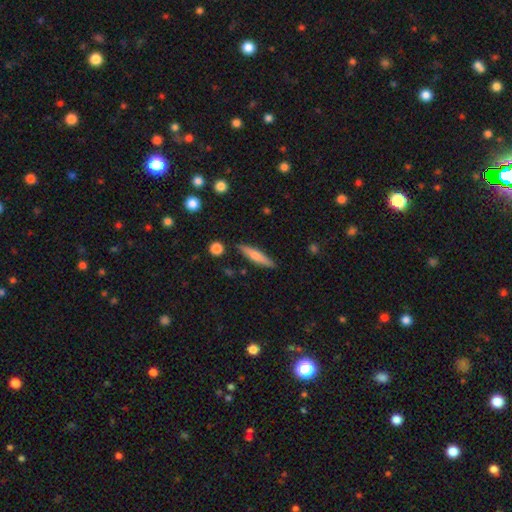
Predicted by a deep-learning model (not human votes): Smooth or featured? smooth (62%)
How rounded? cigar-shaped (85%)
Merging? none (86%)